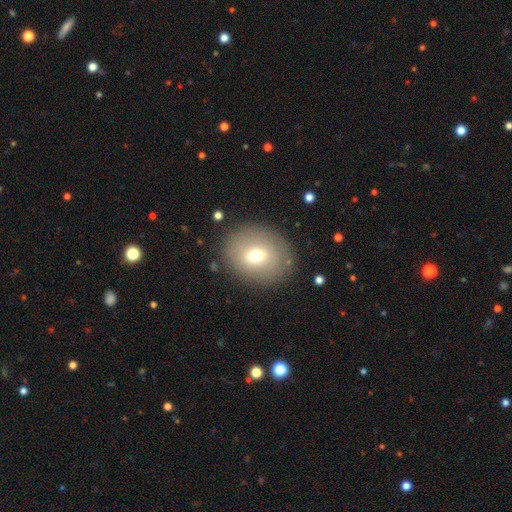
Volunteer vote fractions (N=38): Smooth or featured?
  - smooth: 76% *
  - featured or disk: 16%
  - star or artifact: 8%
How rounded?
  - round: 59% *
  - in between: 41%
  - cigar-shaped: 0%
Merging?
  - none: 74% *
  - minor disturbance: 14%
  - major disturbance: 9%
  - merger: 3%